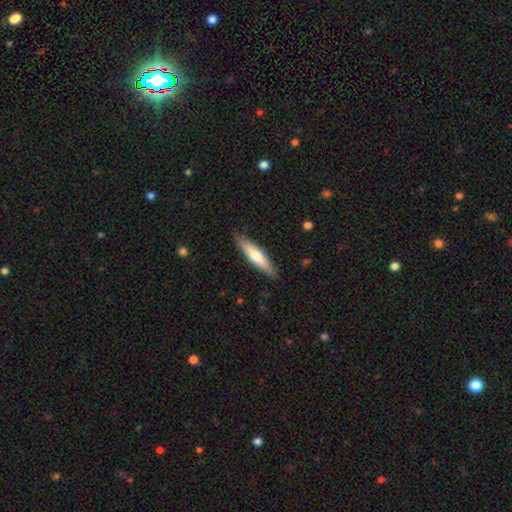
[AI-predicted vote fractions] smooth_or_featured: smooth (p=0.59) [alt: featured or disk p=0.36]
how_rounded: cigar-shaped (p=0.79) [alt: in between p=0.20]
merging: none (p=0.89) [alt: minor disturbance p=0.09]